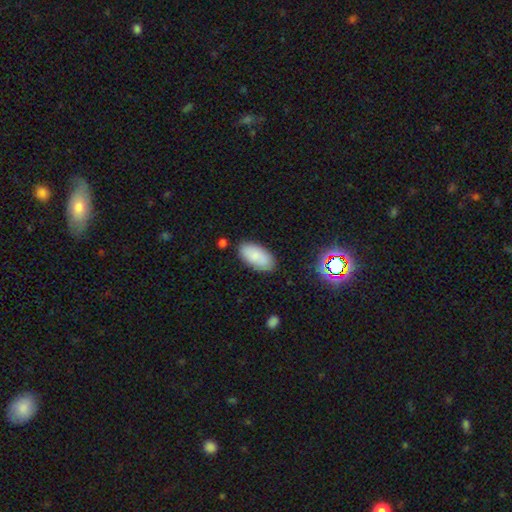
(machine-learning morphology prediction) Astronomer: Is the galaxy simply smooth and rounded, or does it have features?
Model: smooth — 82%.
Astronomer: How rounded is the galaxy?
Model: in between — 94%.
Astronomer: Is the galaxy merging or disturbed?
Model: none — 81%.